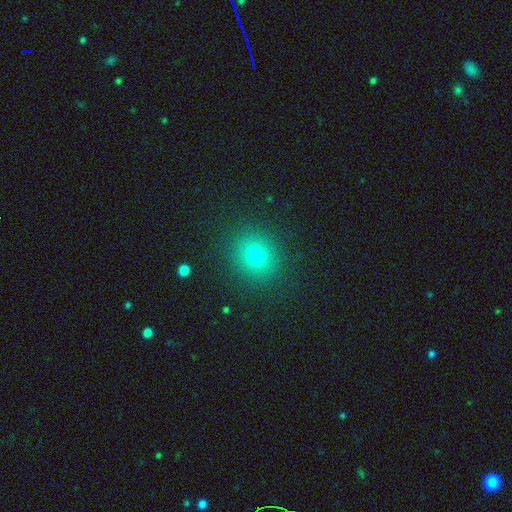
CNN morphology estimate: This is likely a smooth galaxy (74%). How rounded: likely round (79%). Merging: clearly none (89%).